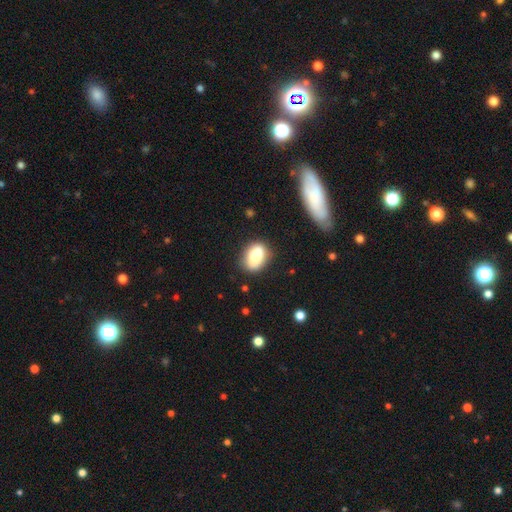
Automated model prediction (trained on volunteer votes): Q: Smooth or featured?
A: smooth (81%); runner-up: featured or disk (11%)
Q: How rounded?
A: in between (78%); runner-up: round (20%)
Q: Merging?
A: none (76%); runner-up: minor disturbance (17%)